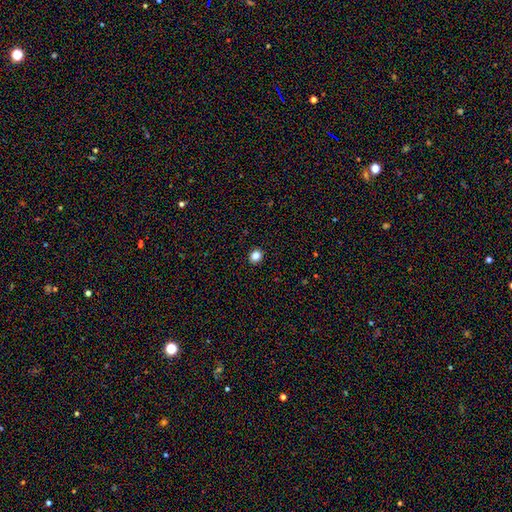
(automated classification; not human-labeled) Overall: smooth (84%). How rounded: round (76%). Merging: none (93%).